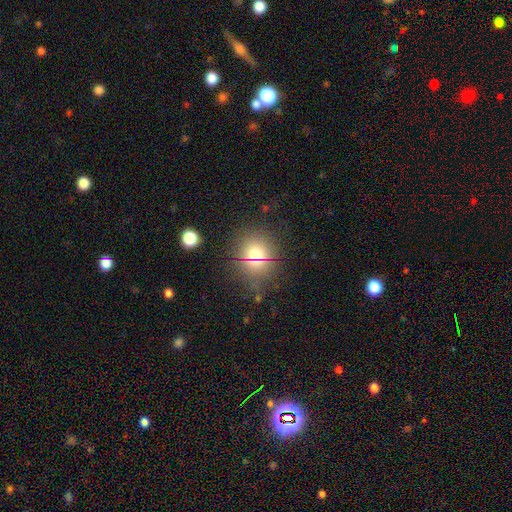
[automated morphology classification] Smooth or featured: smooth — 65% (star or artifact — 25%)
How rounded: round — 87% (in between — 12%)
Merging: none — 82% (minor disturbance — 10%)